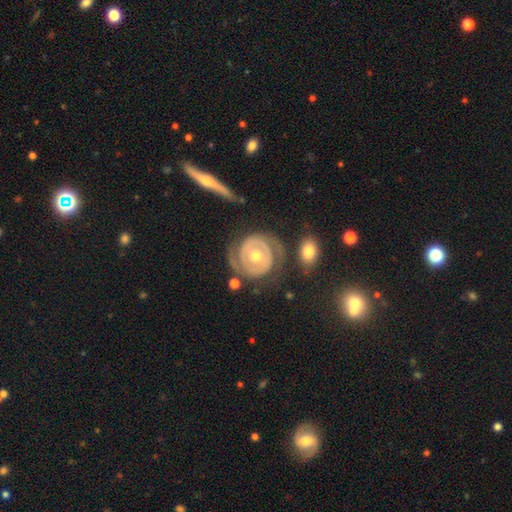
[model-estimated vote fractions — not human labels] Q: Smooth or featured?
A: featured or disk (82%); runner-up: smooth (13%)
Q: Edge-on disk?
A: no (96%); runner-up: yes (4%)
Q: Bar?
A: no (75%); runner-up: weak (17%)
Q: Spiral arms?
A: yes (79%); runner-up: no (21%)
Q: Spiral winding?
A: tight (76%); runner-up: medium (18%)
Q: Spiral arm count?
A: 2 (65%); runner-up: can't tell (16%)
Q: Bulge size?
A: moderate (71%); runner-up: small (23%)
Q: Merging?
A: none (67%); runner-up: minor disturbance (17%)